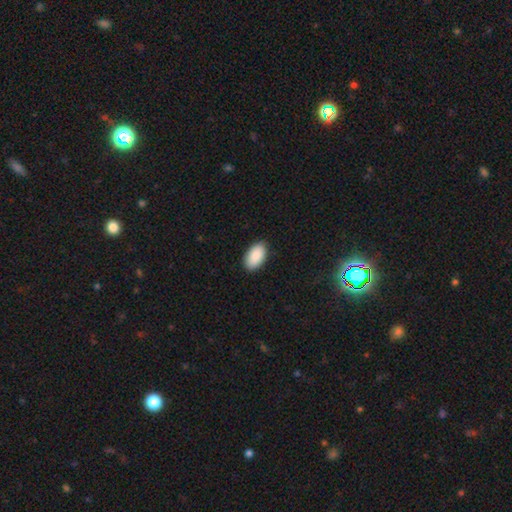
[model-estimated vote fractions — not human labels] The model was most divided on "merging": none: 86%, minor disturbance: 11%, major disturbance: 2%, merger: 1%. More confident: how rounded — in between (96%); smooth or featured — smooth (91%).